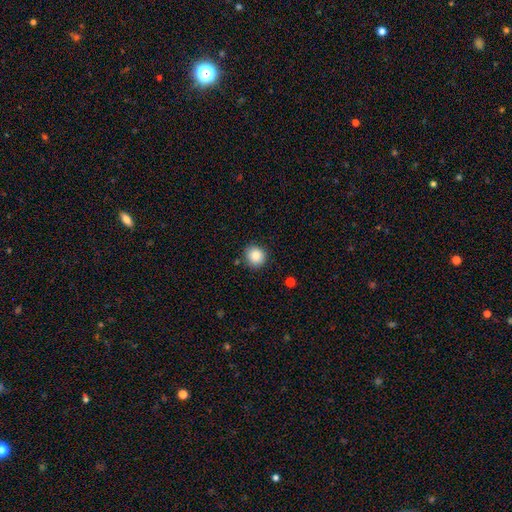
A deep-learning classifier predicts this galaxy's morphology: A smooth galaxy with no disk features (87%) that is round (87%).

Vote fractions:
- Smooth or featured? smooth: 87% / star or artifact: 9% / featured or disk: 4%
- How rounded? round: 87% / in between: 12% / cigar-shaped: 1%
- Merging? none: 85% / minor disturbance: 10% / major disturbance: 3% / merger: 2%